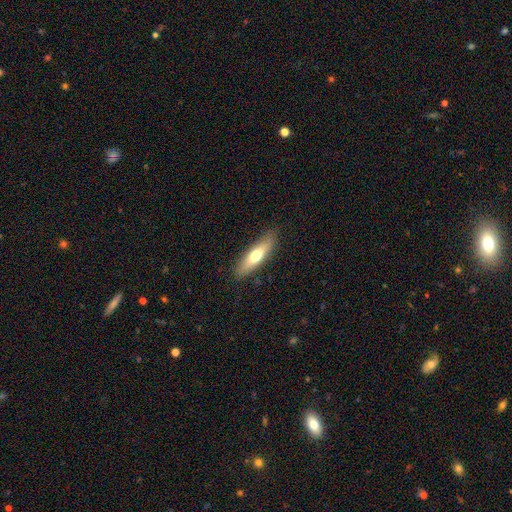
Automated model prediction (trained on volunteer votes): A smooth galaxy with no disk features (61%) that is cigar-shaped (66%). Merging: none (86%).